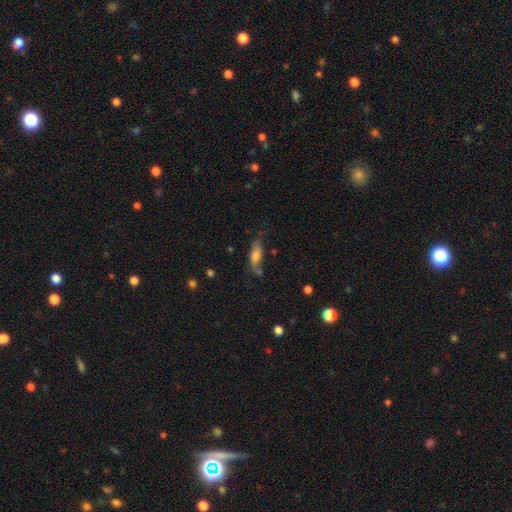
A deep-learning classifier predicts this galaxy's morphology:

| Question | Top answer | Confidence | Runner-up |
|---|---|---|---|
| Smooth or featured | smooth | 62% | featured or disk (30%) |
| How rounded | in between | 52% | cigar-shaped (45%) |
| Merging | none | 57% | minor disturbance (28%) |